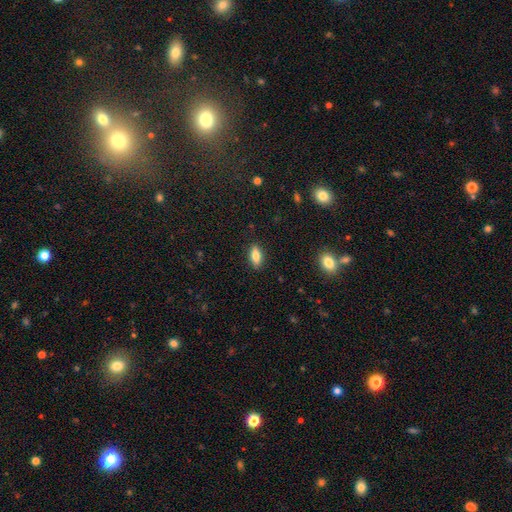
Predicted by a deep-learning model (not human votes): This is likely a smooth galaxy (80%). How rounded: clearly in between (82%). Merging: clearly none (88%).